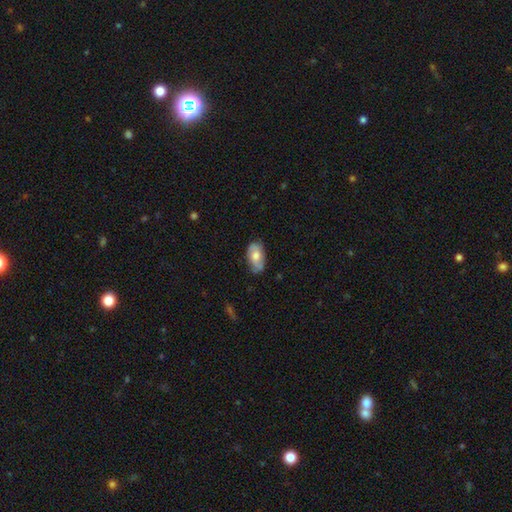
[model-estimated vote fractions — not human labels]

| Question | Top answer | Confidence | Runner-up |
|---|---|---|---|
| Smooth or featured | smooth | 62% | featured or disk (31%) |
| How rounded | in between | 93% | round (5%) |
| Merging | none | 68% | minor disturbance (25%) |